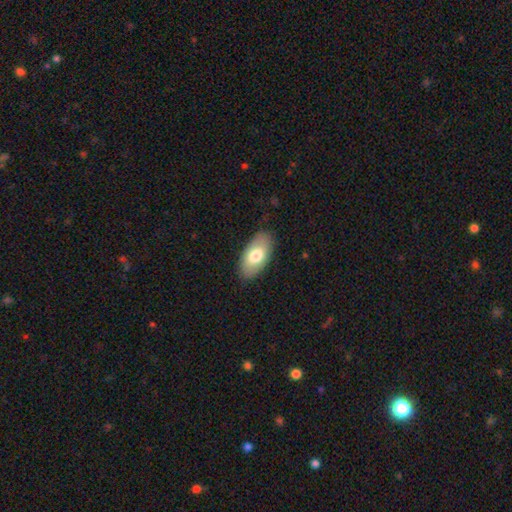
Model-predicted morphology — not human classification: smooth_or_featured: smooth (p=0.72) [alt: featured or disk p=0.22]
how_rounded: in between (p=0.94) [alt: cigar-shaped p=0.03]
merging: none (p=0.85) [alt: minor disturbance p=0.11]